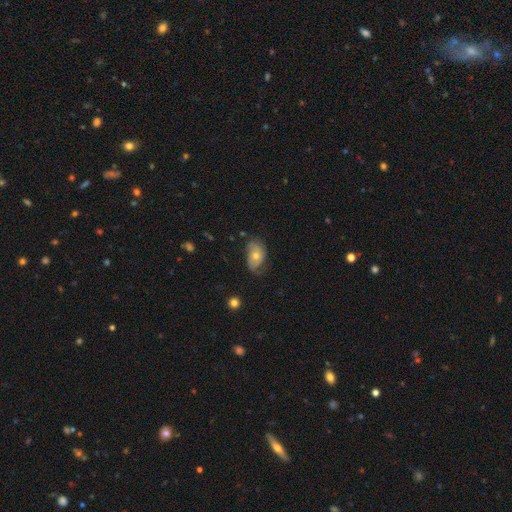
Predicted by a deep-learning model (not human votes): Smooth or featured: featured or disk — 58% (smooth — 33%)
Edge-on disk: no — 95% (yes — 5%)
Bar: no — 79% (weak — 18%)
Spiral arms: yes — 83% (no — 17%)
Bulge size: moderate — 57% (small — 38%)
Merging: none — 61% (minor disturbance — 27%)